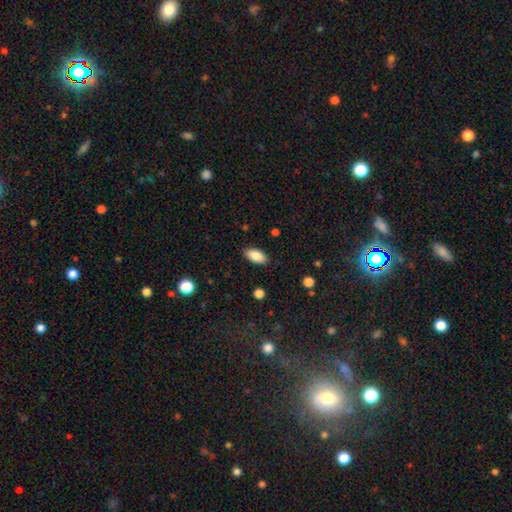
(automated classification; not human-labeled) Overall: smooth (86%). How rounded: in between (92%). Merging: none (87%).